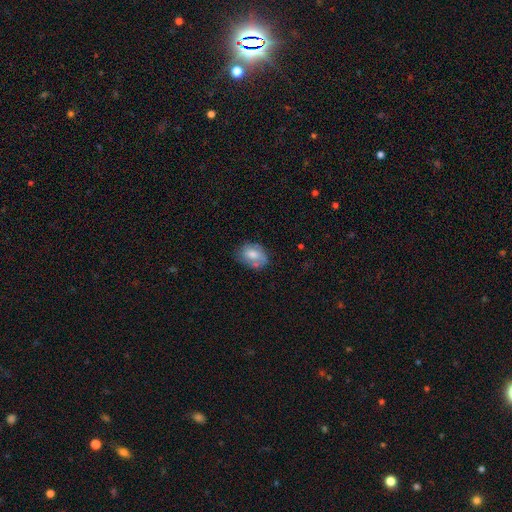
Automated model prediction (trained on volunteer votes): A smooth galaxy with no disk features (54%) that is in between round and cigar-shaped (73%).

Vote fractions:
- Smooth or featured? smooth: 54% / featured or disk: 35% / star or artifact: 11%
- How rounded? in between: 73% / round: 25% / cigar-shaped: 1%
- Merging? none: 65% / minor disturbance: 24% / major disturbance: 8% / merger: 3%